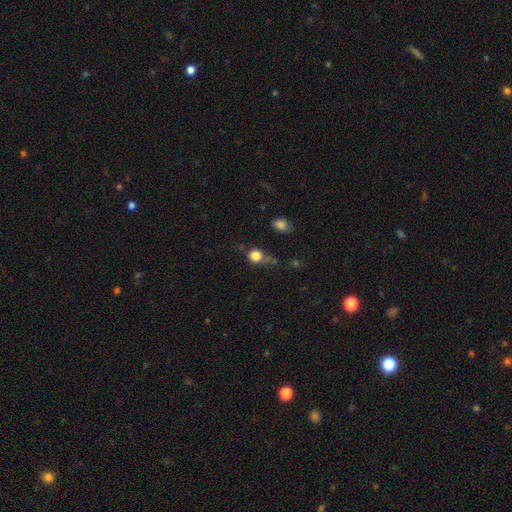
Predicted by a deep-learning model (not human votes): Smooth or featured? smooth (80%)
How rounded? round (82%)
Merging? none (51%)